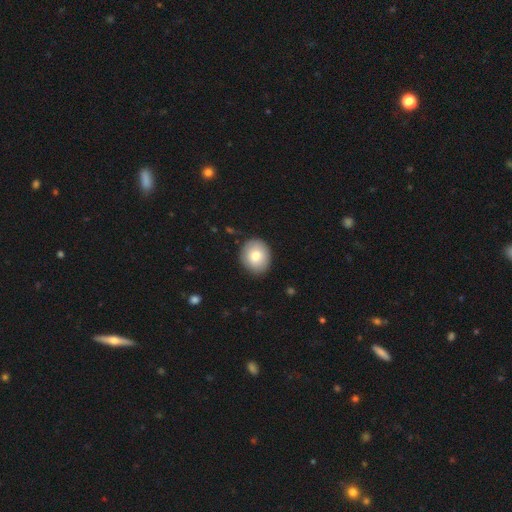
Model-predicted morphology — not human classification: A smooth galaxy with no disk features (78%) that is round (72%).

Vote fractions:
- Smooth or featured? smooth: 78% / featured or disk: 14% / star or artifact: 7%
- How rounded? round: 72% / in between: 27% / cigar-shaped: 1%
- Merging? none: 87% / minor disturbance: 10% / major disturbance: 2% / merger: 1%